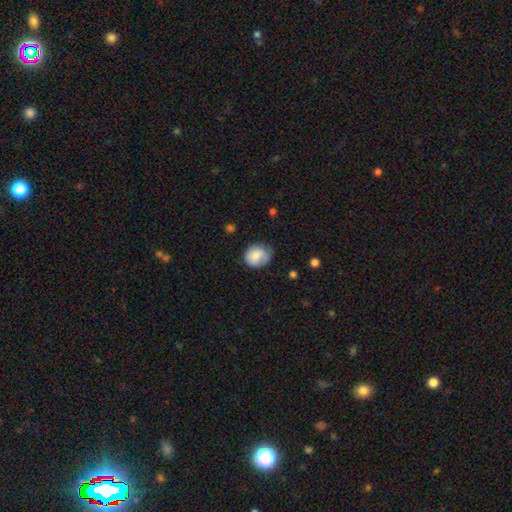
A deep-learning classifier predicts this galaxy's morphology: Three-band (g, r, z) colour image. It shows a smooth galaxy with no disk features (78%) that is round (69%). Merging: none (66%).